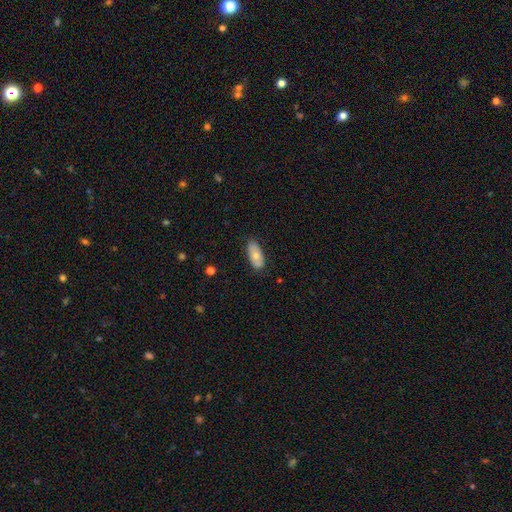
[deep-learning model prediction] This is likely a smooth galaxy (67%). How rounded: clearly in between (90%). Merging: clearly none (82%).